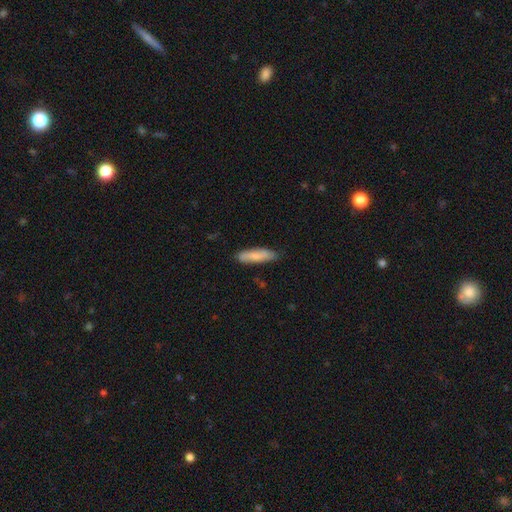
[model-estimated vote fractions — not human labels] smooth_or_featured: smooth (p=0.75) [alt: featured or disk p=0.20]
how_rounded: cigar-shaped (p=0.68) [alt: in between p=0.31]
merging: none (p=0.82) [alt: minor disturbance p=0.14]